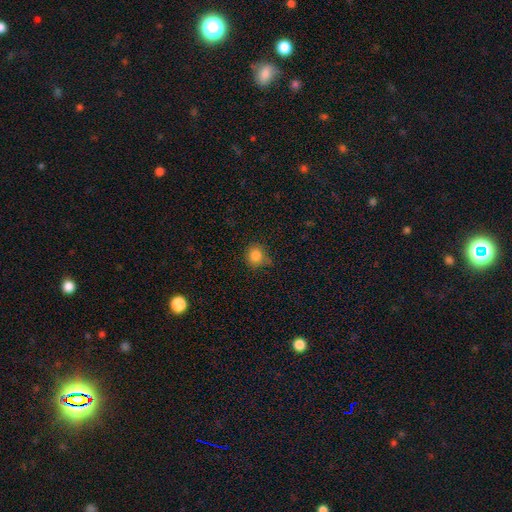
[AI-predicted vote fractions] Smooth or featured? smooth (84%)
How rounded? round (85%)
Merging? none (71%)